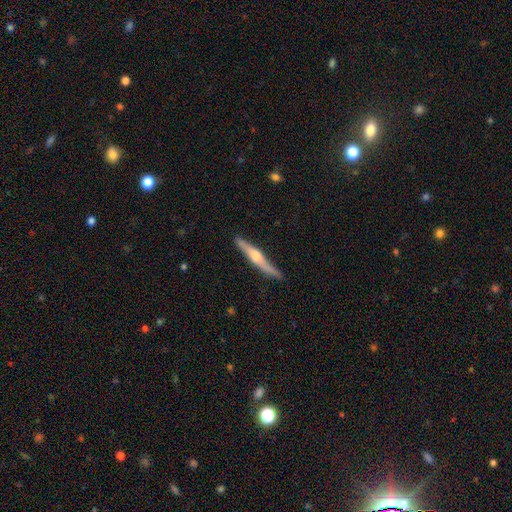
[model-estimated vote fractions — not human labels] A featured or disk galaxy (64%) viewed edge-on (96%) with a rounded central bulge (87%).

Vote fractions:
- Smooth or featured? featured or disk: 64% / smooth: 31% / star or artifact: 5%
- Edge-on disk? yes: 96% / no: 4%
- Edge-on bulge? rounded: 87% / none: 7% / boxy: 6%
- Merging? none: 84% / minor disturbance: 13% / major disturbance: 2% / merger: 2%